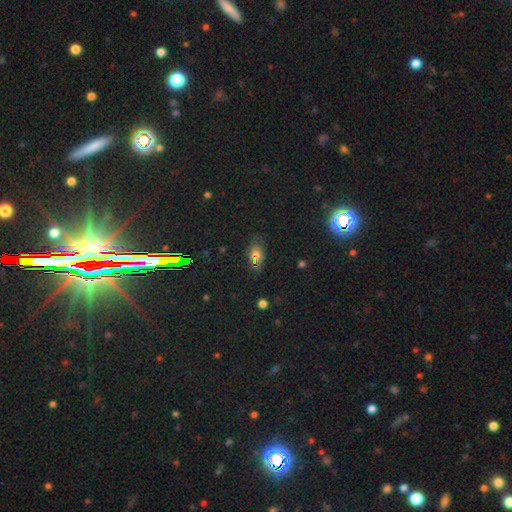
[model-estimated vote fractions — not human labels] Morphology: type=smooth (57%); roundness=in between (85%); merging=none (74%).